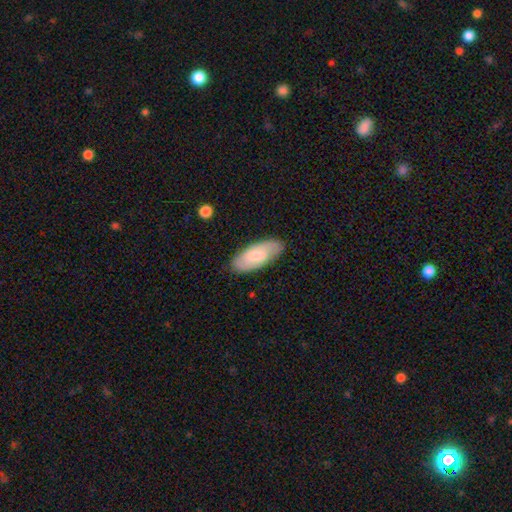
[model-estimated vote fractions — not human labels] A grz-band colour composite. It shows a smooth galaxy with no disk features (70%) that is in between round and cigar-shaped (86%). Merging: none (84%).